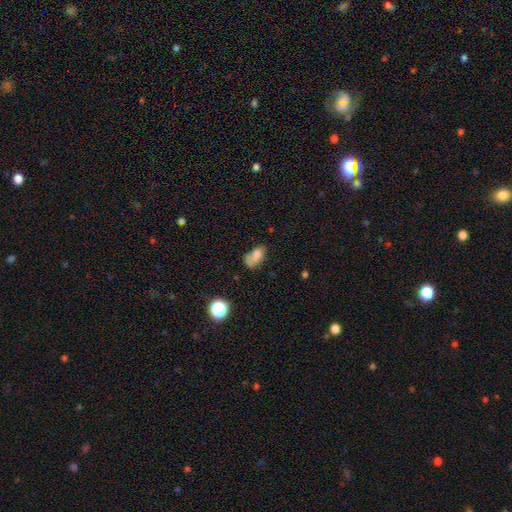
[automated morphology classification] This is likely a smooth galaxy (64%). How rounded: clearly in between (83%). Merging: marginally none (33%).